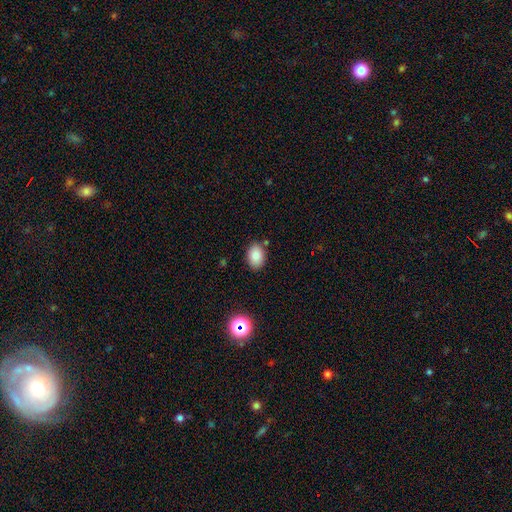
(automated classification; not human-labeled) Q: Smooth or featured?
A: smooth (83%); runner-up: star or artifact (9%)
Q: How rounded?
A: in between (79%); runner-up: round (20%)
Q: Merging?
A: none (82%); runner-up: minor disturbance (11%)